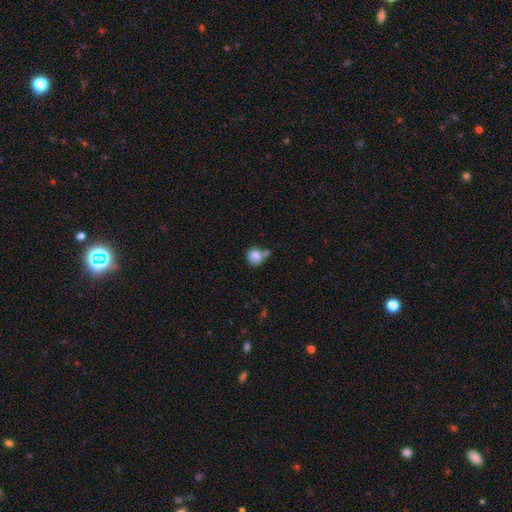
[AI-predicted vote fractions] This is clearly a smooth galaxy (84%). How rounded: likely round (76%). Merging: possibly none (49%).